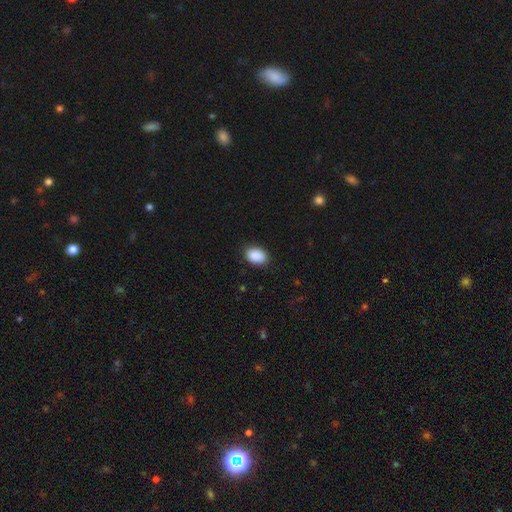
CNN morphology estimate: Q: Smooth or featured?
A: smooth (90%); runner-up: star or artifact (7%)
Q: How rounded?
A: in between (87%); runner-up: round (12%)
Q: Merging?
A: none (87%); runner-up: minor disturbance (10%)